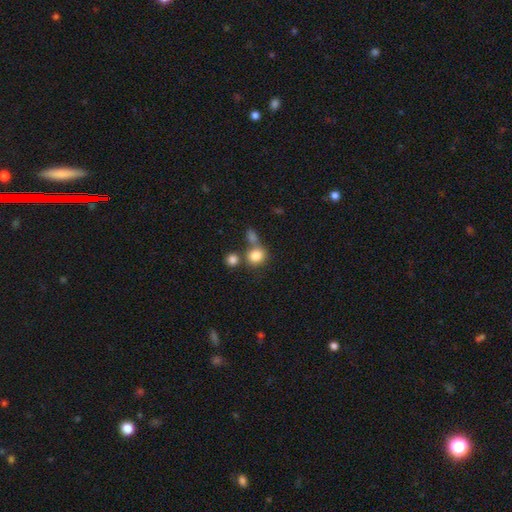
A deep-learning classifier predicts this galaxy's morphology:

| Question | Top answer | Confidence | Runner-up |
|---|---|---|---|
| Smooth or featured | smooth | 81% | star or artifact (11%) |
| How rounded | round | 81% | in between (18%) |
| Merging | none | 55% | merger (29%) |